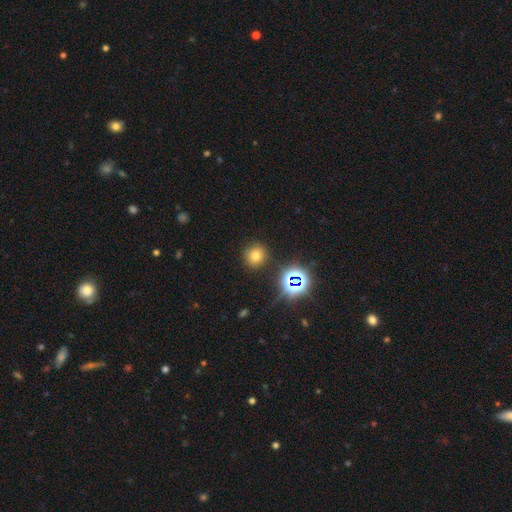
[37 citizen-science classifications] Smooth or featured? 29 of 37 (78%) said smooth. How rounded? 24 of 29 (83%) said round. Merging? 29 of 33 (88%) said none.